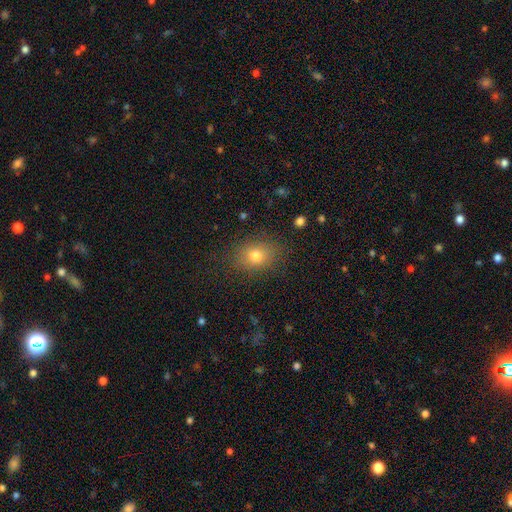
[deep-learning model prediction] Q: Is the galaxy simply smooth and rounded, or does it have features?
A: smooth — 76%.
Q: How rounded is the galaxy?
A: in between — 59%.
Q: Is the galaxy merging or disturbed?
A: none — 83%.